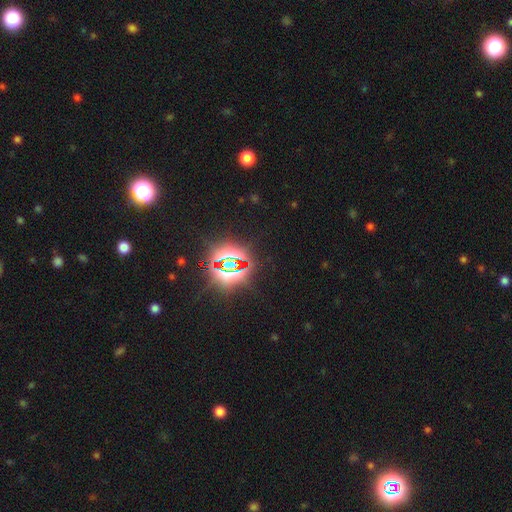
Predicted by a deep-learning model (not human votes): Smooth or featured?
  - star or artifact: 84% *
  - smooth: 10%
  - featured or disk: 6%